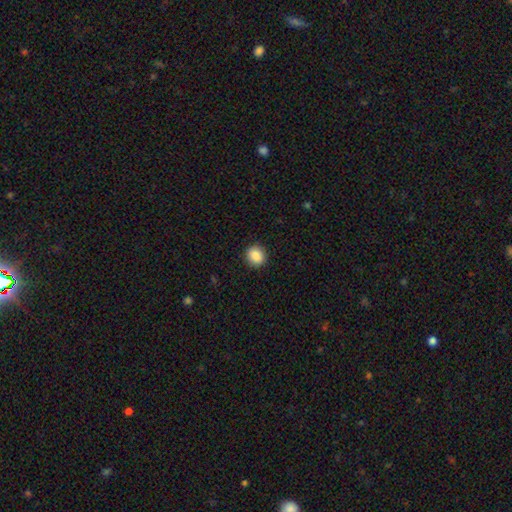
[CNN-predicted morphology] The model was most divided on "how rounded": round: 80%, in between: 19%, cigar-shaped: 1%. More confident: merging — none (91%); smooth or featured — smooth (89%).